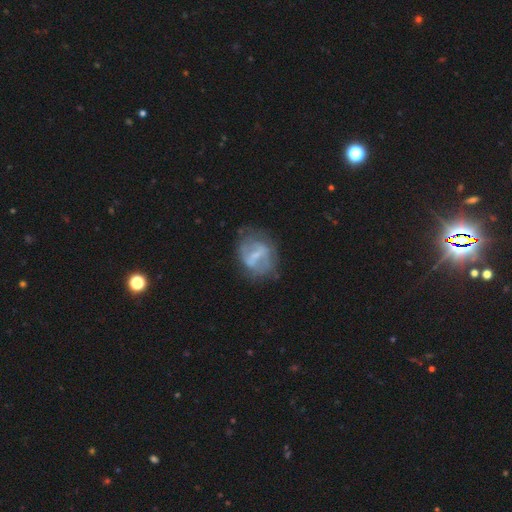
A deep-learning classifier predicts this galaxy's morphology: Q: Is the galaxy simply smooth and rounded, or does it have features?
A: featured or disk — 66%.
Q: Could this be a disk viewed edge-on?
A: no — 96%.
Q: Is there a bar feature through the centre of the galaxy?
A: strong — 46%.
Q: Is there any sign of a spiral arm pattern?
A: no — 55%.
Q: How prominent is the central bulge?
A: small — 45%.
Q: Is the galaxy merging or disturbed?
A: none — 60%.